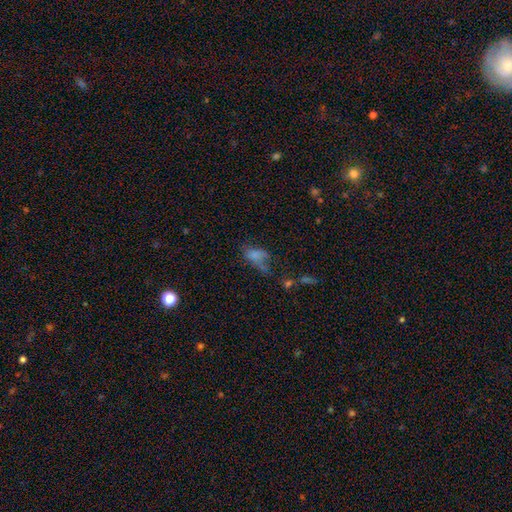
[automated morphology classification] Overall: smooth (62%). How rounded: in between (86%). Merging: major disturbance (36%; none 24%).